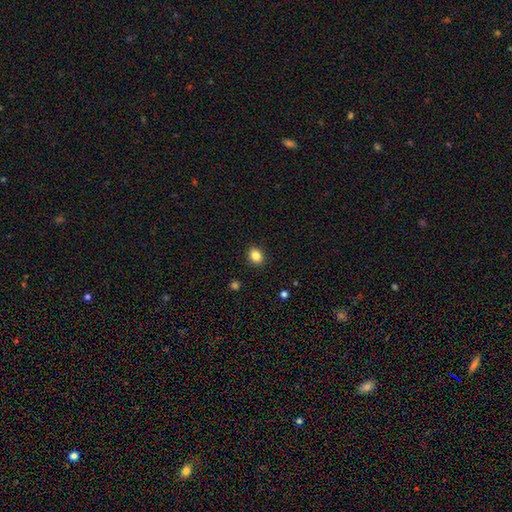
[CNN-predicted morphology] Smooth or featured? smooth (84%)
How rounded? in between (50%)
Merging? none (90%)